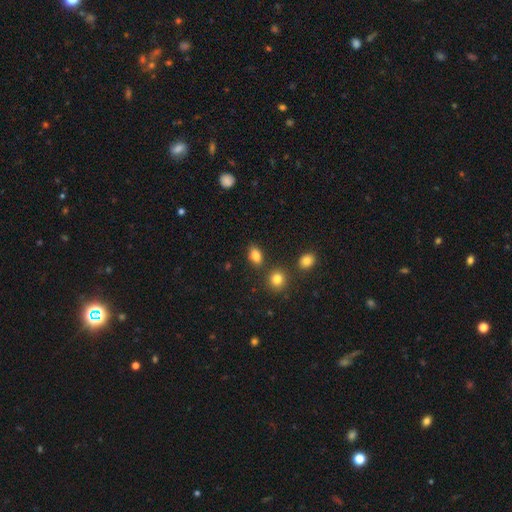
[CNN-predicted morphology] A smooth galaxy with no disk features (84%) that is in between round and cigar-shaped (82%). Merging: none (80%).